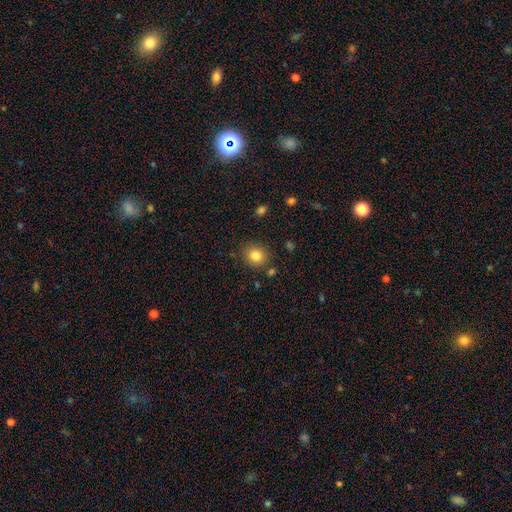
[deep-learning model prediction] This is clearly a smooth galaxy (83%). How rounded: likely round (74%). Merging: clearly none (83%).